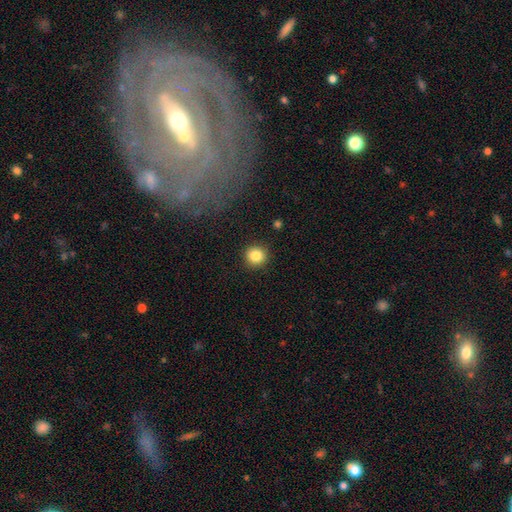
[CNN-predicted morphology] smooth-or-featured: smooth: 85% | star or artifact: 10% | featured or disk: 5%
  how-rounded: round: 93% | in between: 6% | cigar-shaped: 1%
  merging: none: 91% | minor disturbance: 6% | major disturbance: 2% | merger: 1%